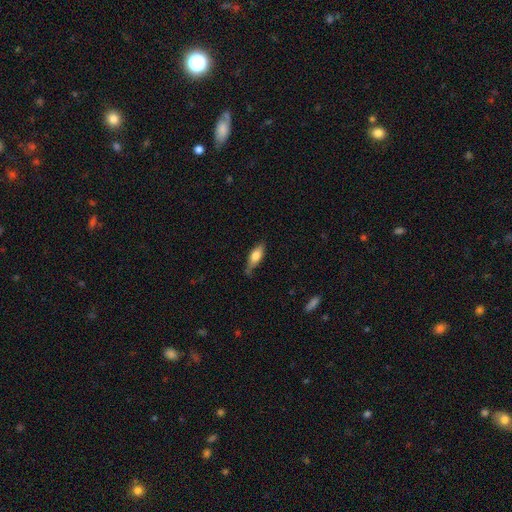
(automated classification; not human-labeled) Smooth or featured?
  - smooth: 71% *
  - featured or disk: 23%
  - star or artifact: 6%
How rounded?
  - in between: 69% *
  - cigar-shaped: 28%
  - round: 3%
Merging?
  - none: 56% *
  - minor disturbance: 33%
  - major disturbance: 8%
  - merger: 3%